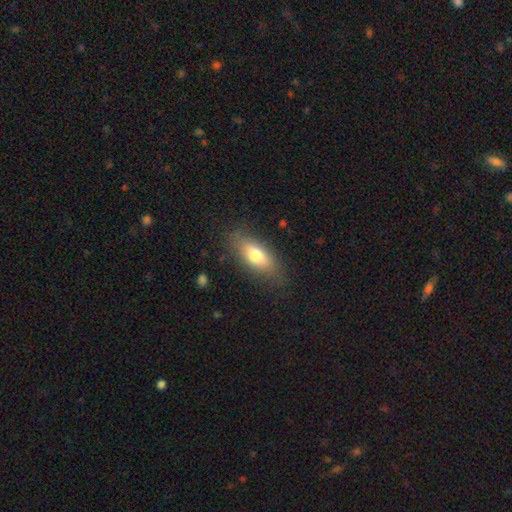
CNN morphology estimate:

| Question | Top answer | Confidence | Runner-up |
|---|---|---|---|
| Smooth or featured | smooth | 72% | featured or disk (21%) |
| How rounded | in between | 76% | cigar-shaped (20%) |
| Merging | none | 80% | minor disturbance (14%) |